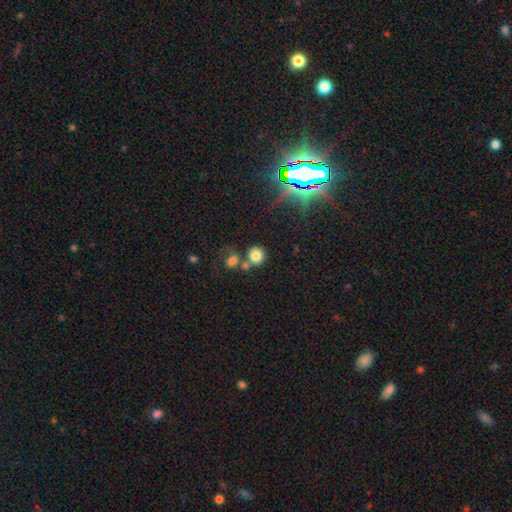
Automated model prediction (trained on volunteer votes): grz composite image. It shows a smooth galaxy with no disk features (79%) that is round (88%). Merging: none (56%).